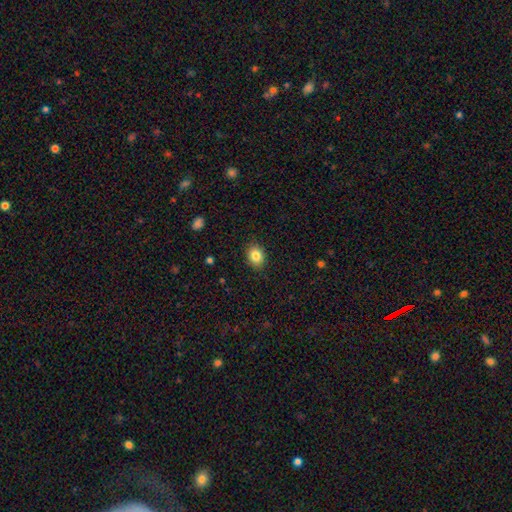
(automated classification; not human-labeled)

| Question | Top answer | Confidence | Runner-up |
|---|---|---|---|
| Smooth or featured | smooth | 84% | star or artifact (9%) |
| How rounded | in between | 55% | round (44%) |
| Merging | none | 88% | minor disturbance (9%) |